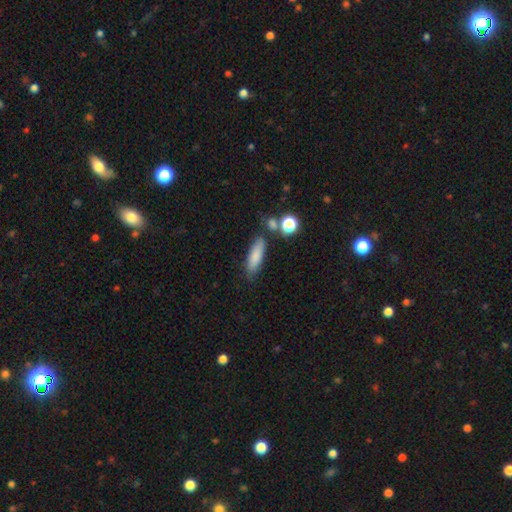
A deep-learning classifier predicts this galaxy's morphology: A smooth galaxy with no disk features (82%) that is cigar-shaped (52%).

Vote fractions:
- Smooth or featured? smooth: 82% / featured or disk: 10% / star or artifact: 9%
- How rounded? cigar-shaped: 52% / in between: 45% / round: 3%
- Merging? none: 75% / minor disturbance: 14% / merger: 7% / major disturbance: 4%